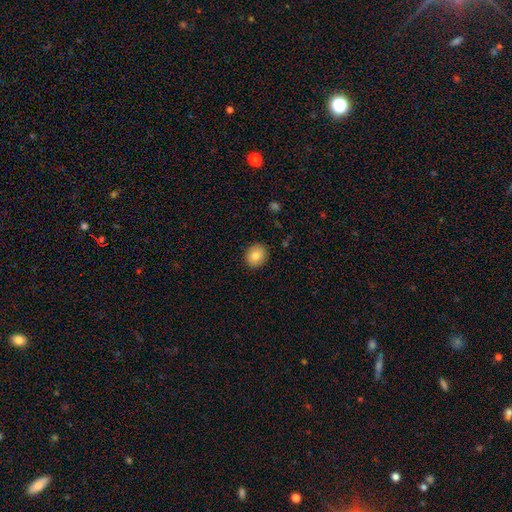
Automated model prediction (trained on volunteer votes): This appears to be a smooth galaxy with no disk features (85%) that is round (70%). Merging: none (90%).